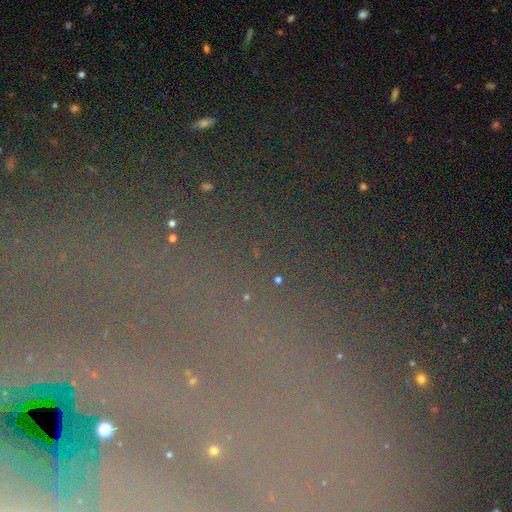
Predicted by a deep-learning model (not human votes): smooth-or-featured: star or artifact: 69% | featured or disk: 17% | smooth: 14%